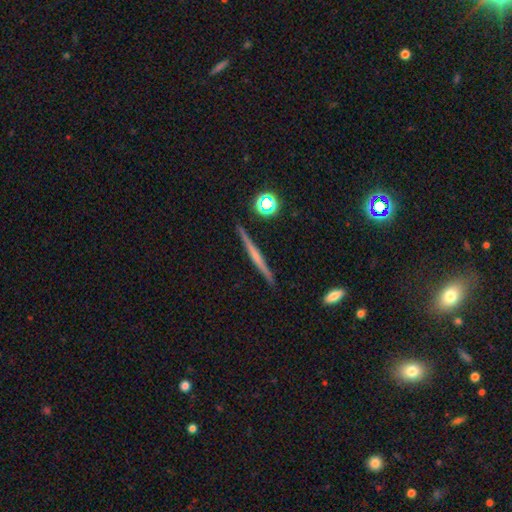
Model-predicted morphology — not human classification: type=featured or disk (58%); edge-on=yes (98%); edge-on bulge=none (69%); merging=none (91%).